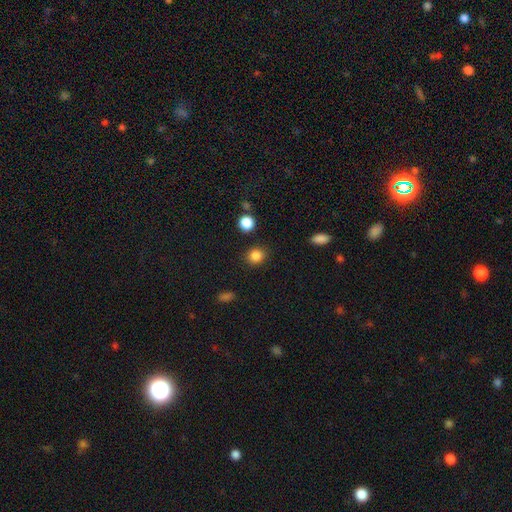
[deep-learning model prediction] smooth 85%, star or artifact 12%, featured or disk 4%. Down the decision tree: how rounded — round (83%); merging — none (88%).